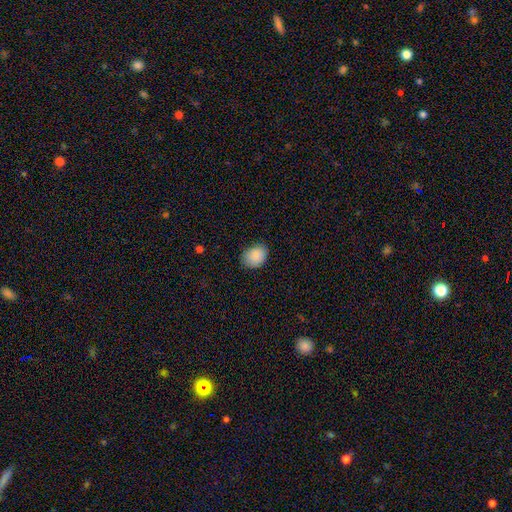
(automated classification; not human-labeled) Smooth or featured? Predicted: smooth (p=0.87). How rounded? Predicted: in between (p=0.61). Merging? Predicted: none (p=0.78).